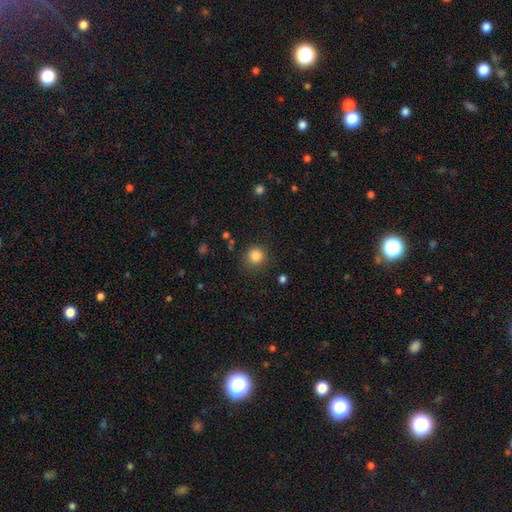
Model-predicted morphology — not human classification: Smooth or featured? smooth (84%)
How rounded? round (93%)
Merging? none (87%)